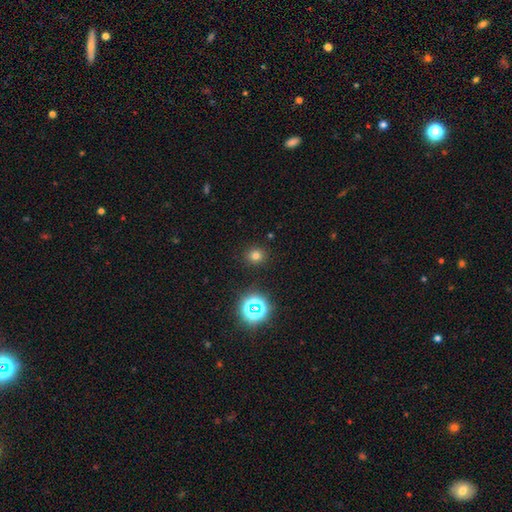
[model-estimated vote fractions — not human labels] Q: Smooth or featured?
A: smooth (72%); runner-up: star or artifact (21%)
Q: How rounded?
A: round (86%); runner-up: in between (13%)
Q: Merging?
A: none (90%); runner-up: minor disturbance (6%)